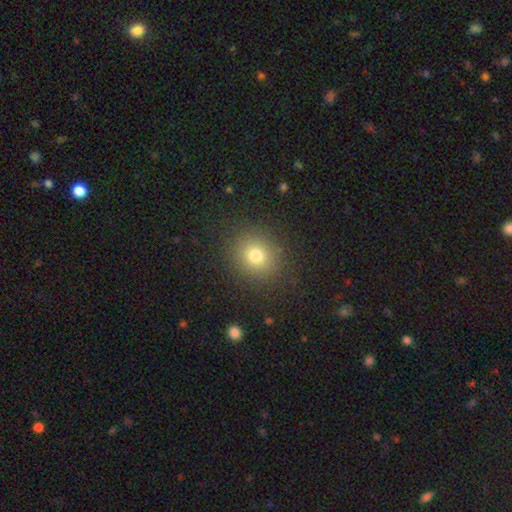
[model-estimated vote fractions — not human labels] The model was most divided on "how rounded": round: 80%, in between: 19%, cigar-shaped: 1%. More confident: merging — none (88%); smooth or featured — smooth (76%).